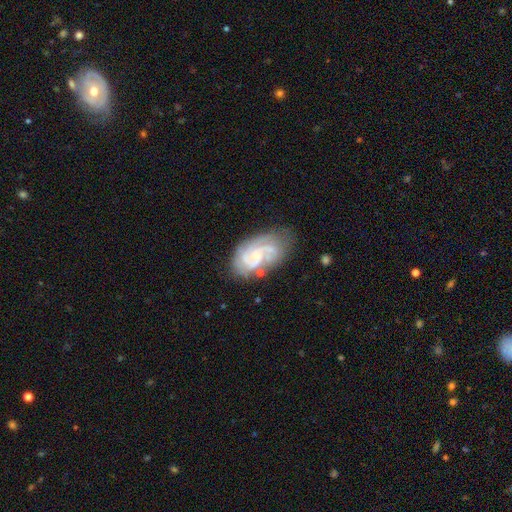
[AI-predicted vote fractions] The model was most divided on "spiral winding": tight: 46%, medium: 42%, loose: 11%. Remaining: edge-on disk — no (97%); spiral arms — yes (95%); smooth or featured — featured or disk (82%); merging — none (67%); bulge size — small (65%); bar — no (55%); spiral arm count — 2 (45%).